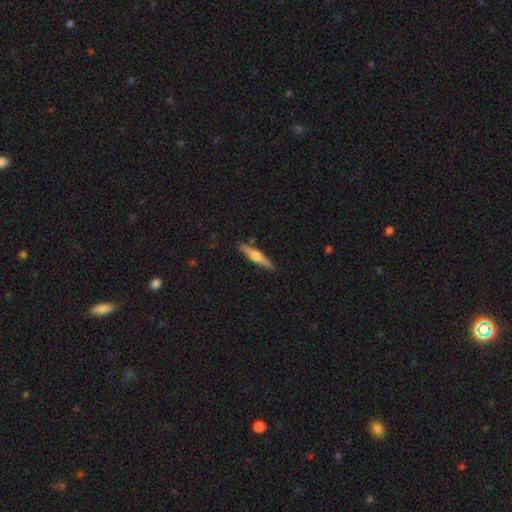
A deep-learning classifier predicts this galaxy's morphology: This is possibly a featured or disk galaxy (55%). It is clearly viewed edge-on (96%). Edge-on bulge: clearly rounded (88%). Merging: clearly none (88%).